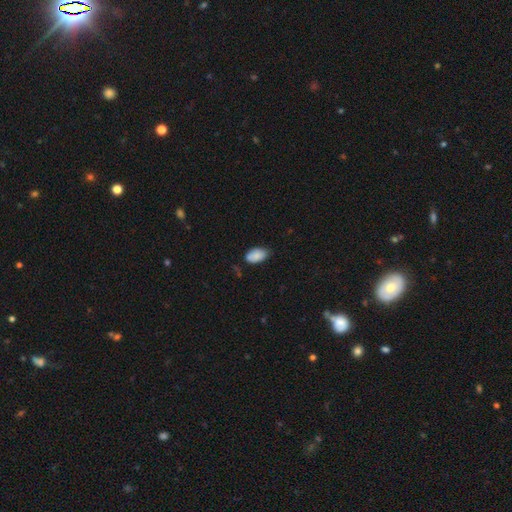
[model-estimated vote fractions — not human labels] smooth 85%, featured or disk 8%, star or artifact 7%. Down the decision tree: how rounded — in between (94%); merging — none (68%).